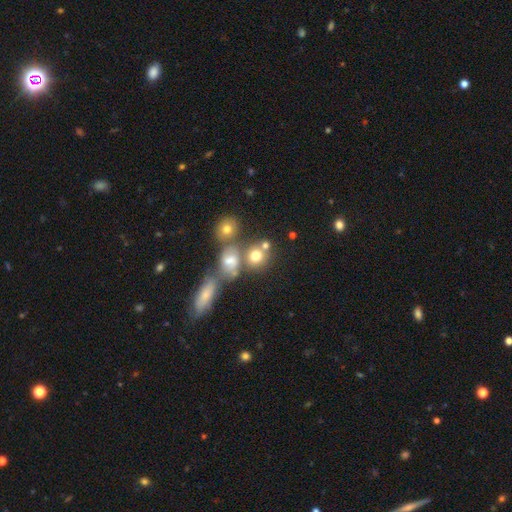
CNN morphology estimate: smooth-or-featured: smooth: 71% | featured or disk: 15% | star or artifact: 15%
  how-rounded: round: 75% | in between: 23% | cigar-shaped: 2%
  merging: none: 49% | merger: 35% | minor disturbance: 10% | major disturbance: 6%